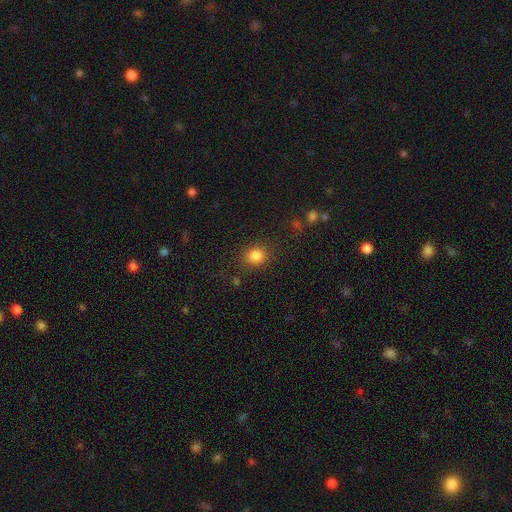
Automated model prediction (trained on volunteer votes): Smooth or featured: smooth — 84% (star or artifact — 11%)
How rounded: round — 75% (in between — 24%)
Merging: none — 83% (minor disturbance — 10%)